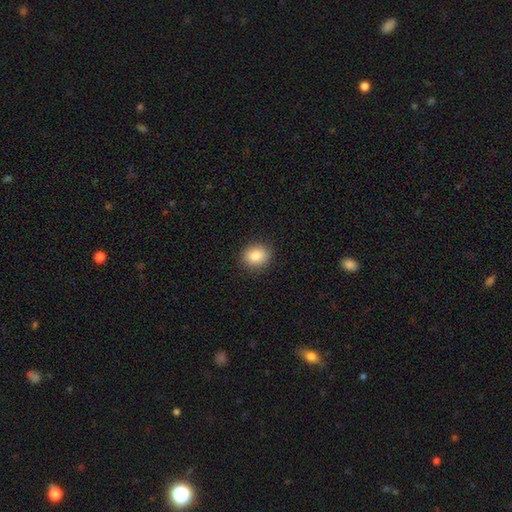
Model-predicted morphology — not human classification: The model was most divided on "how rounded": round: 69%, in between: 30%, cigar-shaped: 1%. More confident: merging — none (90%); smooth or featured — smooth (84%).